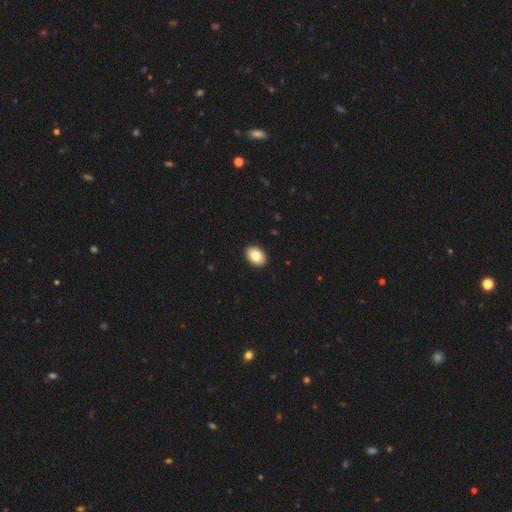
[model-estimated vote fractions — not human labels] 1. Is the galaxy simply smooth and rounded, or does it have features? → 82% smooth, 11% featured or disk, 7% star or artifact.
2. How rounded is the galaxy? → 80% in between, 19% round, 1% cigar-shaped.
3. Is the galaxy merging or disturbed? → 92% none, 6% minor disturbance, 1% major disturbance, 1% merger.